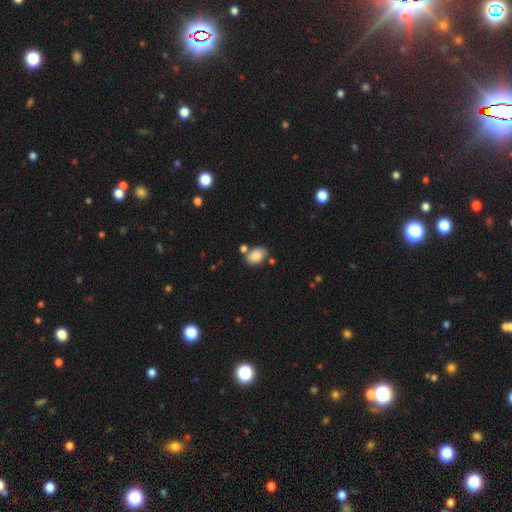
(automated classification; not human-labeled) The model was most divided on "merging": none: 68%, merger: 14%, minor disturbance: 14%, major disturbance: 4%. More confident: how rounded — in between (87%); smooth or featured — smooth (86%).